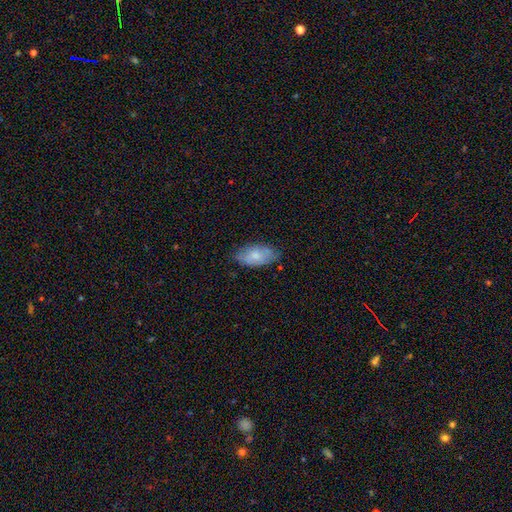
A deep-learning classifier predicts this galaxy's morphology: This is likely a smooth galaxy (70%). How rounded: clearly in between (93%). Merging: likely none (70%).